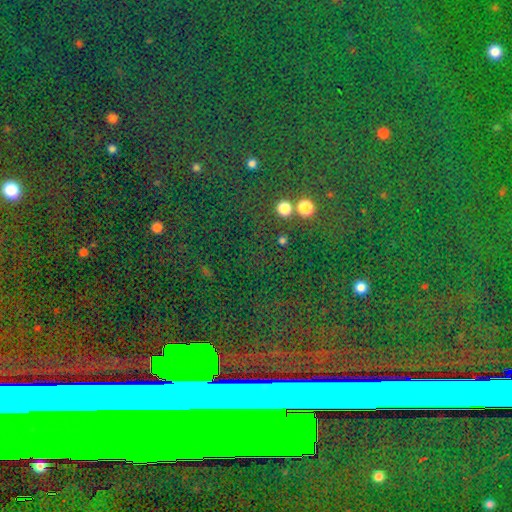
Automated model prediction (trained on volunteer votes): star or artifact 83%, smooth 9%, featured or disk 8%.